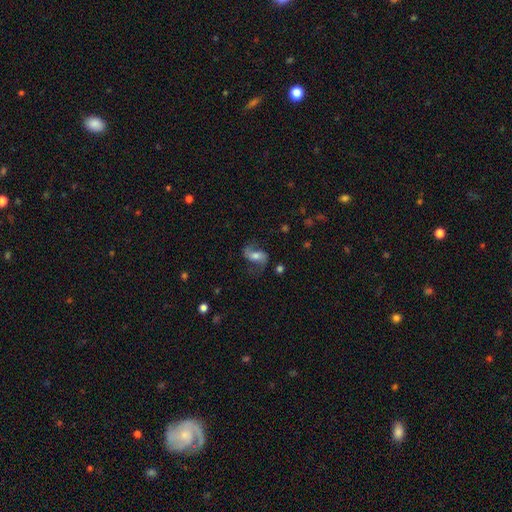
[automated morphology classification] smooth_or_featured: featured or disk (p=0.68) [alt: smooth p=0.23]
disk_edge_on: no (p=0.95) [alt: yes p=0.05]
bar: weak (p=0.38) [alt: no p=0.37]
has_spiral_arms: yes (p=0.91) [alt: no p=0.09]
spiral_winding: loose (p=0.64) [alt: medium p=0.29]
spiral_arm_count: 2 (p=0.90) [alt: can't tell p=0.04]
bulge_size: moderate (p=0.55) [alt: small p=0.26]
merging: none (p=0.67) [alt: minor disturbance p=0.17]